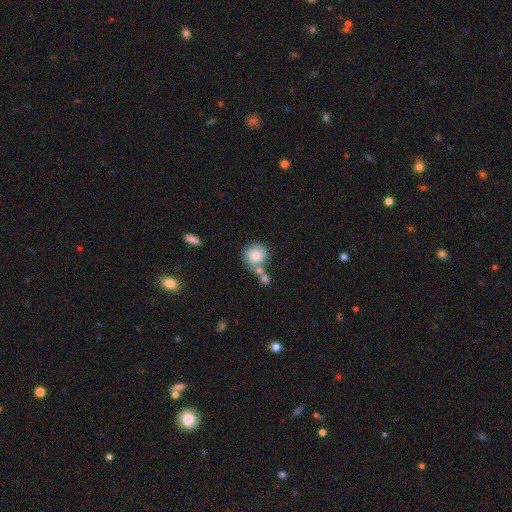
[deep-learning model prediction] This is likely a smooth galaxy (80%). How rounded: clearly round (86%). Merging: marginally none (42%).